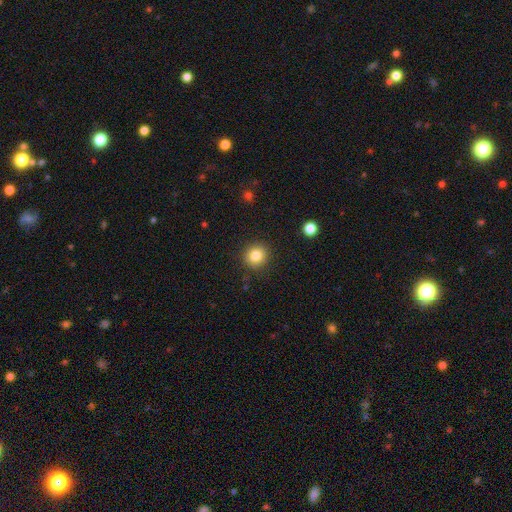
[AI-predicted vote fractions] smooth-or-featured: smooth: 83% | star or artifact: 11% | featured or disk: 6%
  how-rounded: round: 89% | in between: 10% | cigar-shaped: 1%
  merging: none: 89% | minor disturbance: 7% | major disturbance: 2% | merger: 1%